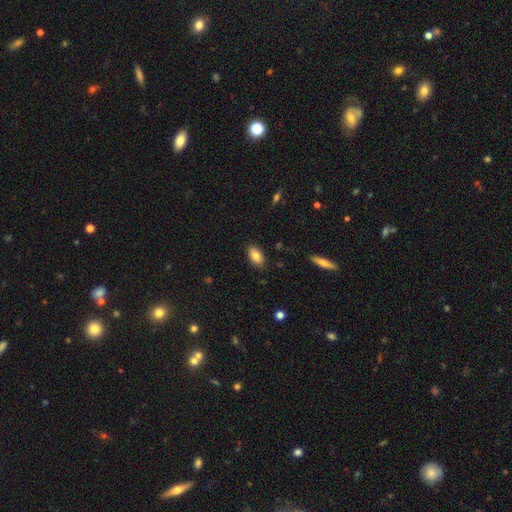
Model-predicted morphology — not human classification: smooth 84%, featured or disk 8%, star or artifact 7%. Down the decision tree: how rounded — in between (92%); merging — none (87%).